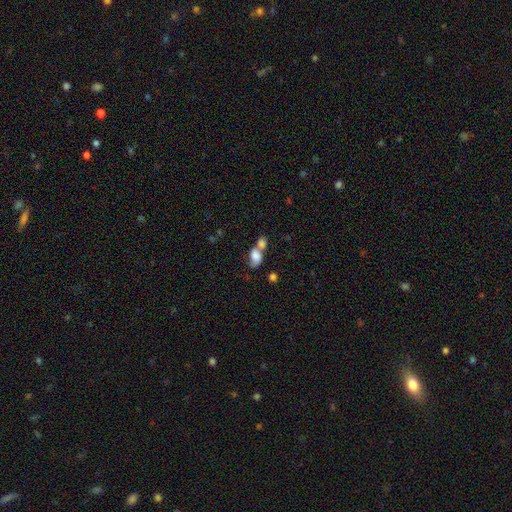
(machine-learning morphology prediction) Q: Smooth or featured?
A: smooth (68%); runner-up: featured or disk (22%)
Q: How rounded?
A: in between (81%); runner-up: round (16%)
Q: Merging?
A: merger (66%); runner-up: none (17%)